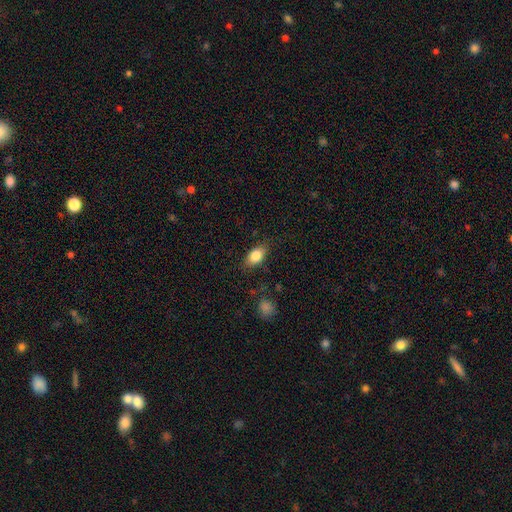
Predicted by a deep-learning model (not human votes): A smooth galaxy with no disk features (83%) that is in between round and cigar-shaped (86%). Merging: none (80%).